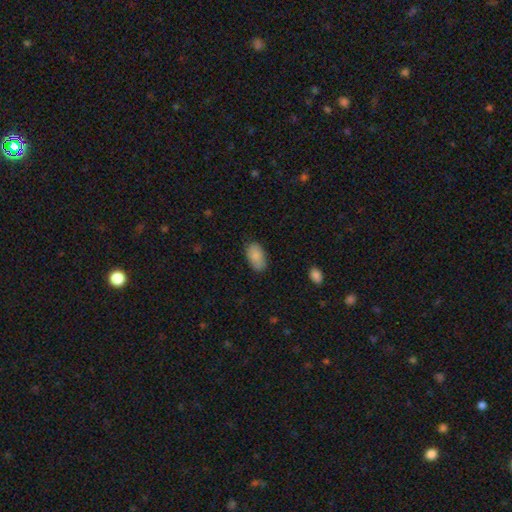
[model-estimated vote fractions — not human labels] smooth 88%, star or artifact 7%, featured or disk 6%. Down the decision tree: how rounded — in between (94%); merging — none (81%).